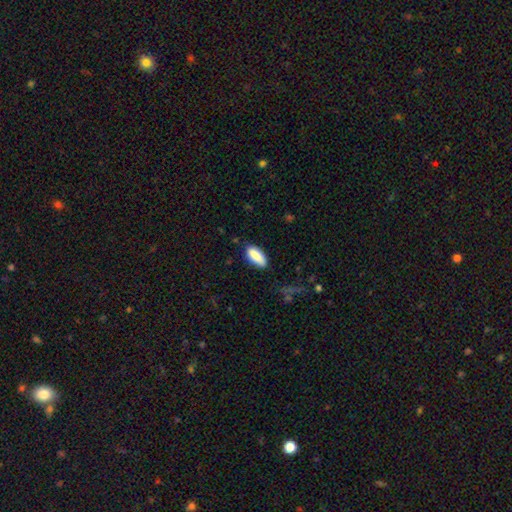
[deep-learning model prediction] smooth_or_featured: smooth (p=0.89) [alt: star or artifact p=0.07]
how_rounded: in between (p=0.87) [alt: cigar-shaped p=0.11]
merging: none (p=0.79) [alt: minor disturbance p=0.16]